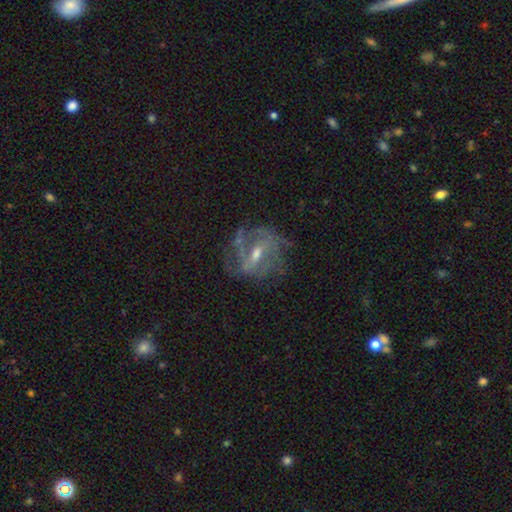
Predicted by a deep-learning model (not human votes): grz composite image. It shows a featured or disk galaxy (79%) with a weak bar (49%), medium (42%) spiral arms (78%) and a moderate central bulge (52%). Merging: none (61%).